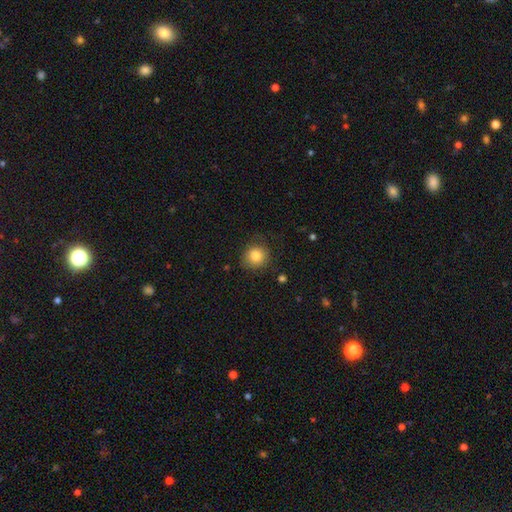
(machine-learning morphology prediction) The model was most divided on "merging": none: 78%, minor disturbance: 16%, major disturbance: 4%, merger: 1%. More confident: how rounded — round (86%); smooth or featured — smooth (84%).